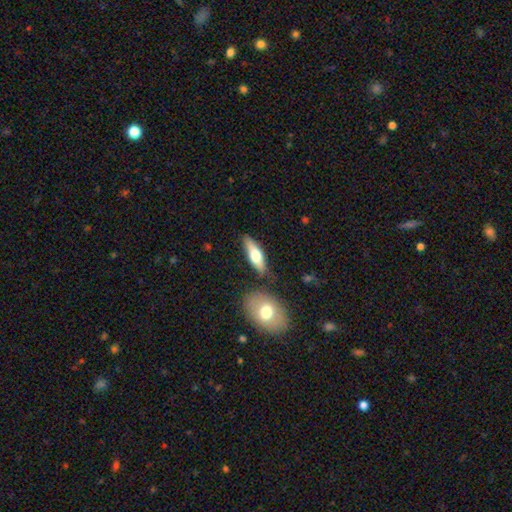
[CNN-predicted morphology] Overall: smooth (56%; featured or disk 39%). How rounded: in between (49%; cigar-shaped 48%). Merging: none (78%).